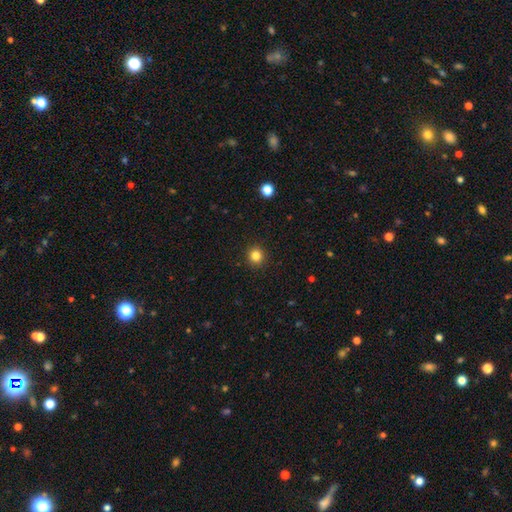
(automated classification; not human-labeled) The model was most divided on "smooth or featured": smooth: 83%, star or artifact: 12%, featured or disk: 4%. More confident: merging — none (92%); how rounded — round (92%).